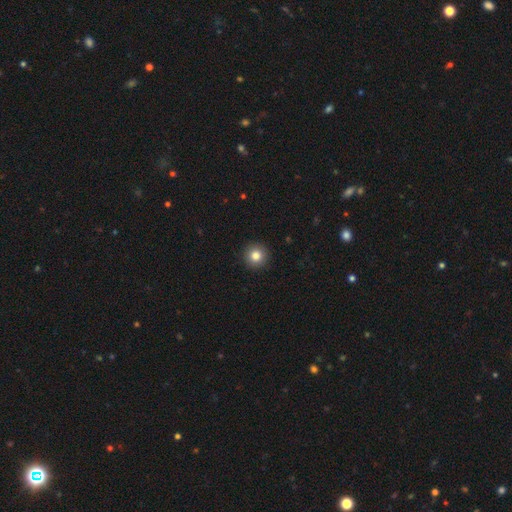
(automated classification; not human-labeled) Smooth or featured? smooth (83%)
How rounded? round (95%)
Merging? none (93%)